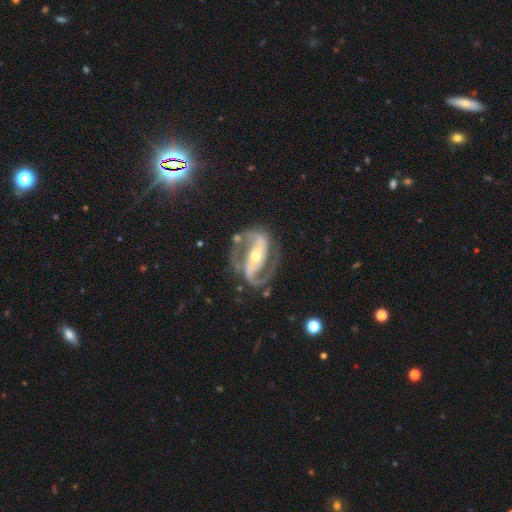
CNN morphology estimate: Overall: featured or disk (92%). Edge-on disk: no (97%). Bar: strong (52%; weak 24%). Spiral arms: yes (98%). Spiral arm count: 2 (93%). Spiral winding: medium (59%; tight 23%). Bulge size: moderate (51%; small 45%). Merging: none (76%).